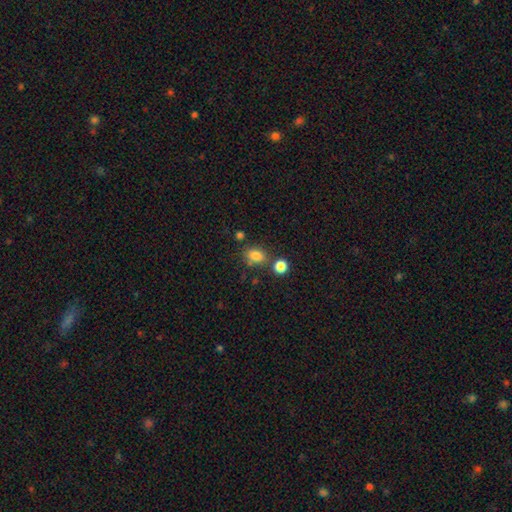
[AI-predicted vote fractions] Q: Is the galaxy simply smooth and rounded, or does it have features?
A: smooth — 82%.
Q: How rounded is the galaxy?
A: in between — 65%.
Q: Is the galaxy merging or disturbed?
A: none — 69%.